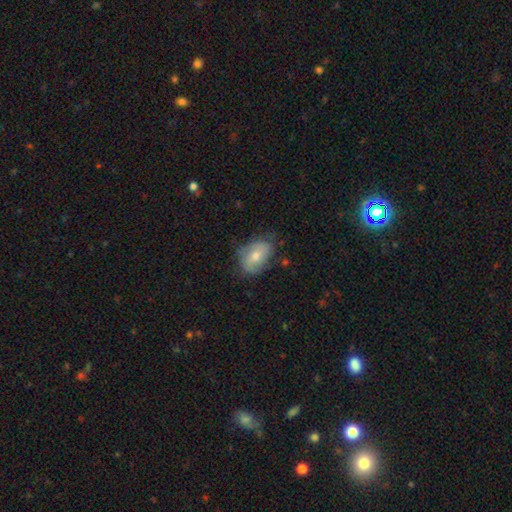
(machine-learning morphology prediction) smooth 57%, featured or disk 35%, star or artifact 8%. Down the decision tree: how rounded — in between (81%); merging — none (65%).